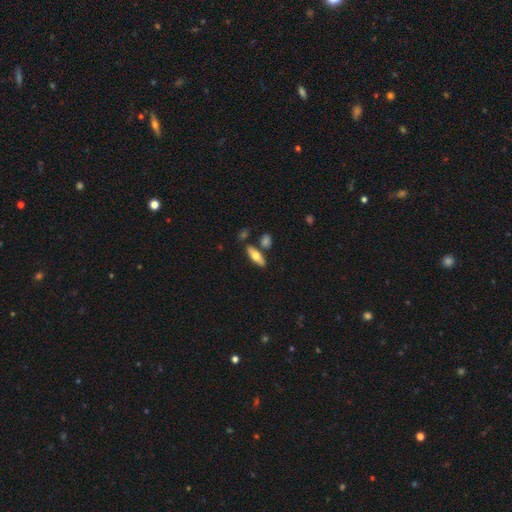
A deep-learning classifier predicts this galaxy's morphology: Overall: smooth (58%; featured or disk 35%). How rounded: in between (61%; cigar-shaped 36%). Merging: none (77%).